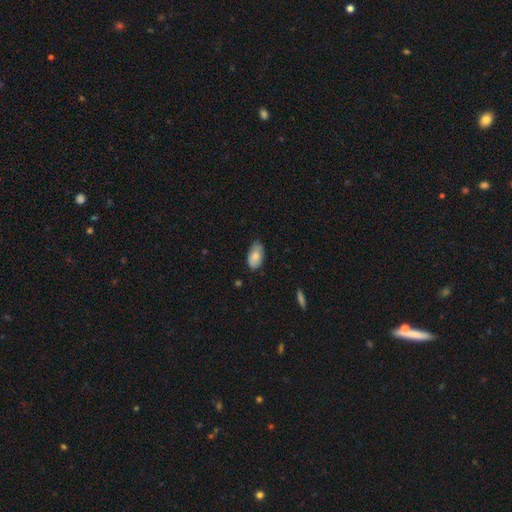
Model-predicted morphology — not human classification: smooth_or_featured: smooth (p=0.78) [alt: featured or disk p=0.15]
how_rounded: in between (p=0.94) [alt: round p=0.04]
merging: none (p=0.76) [alt: minor disturbance p=0.20]